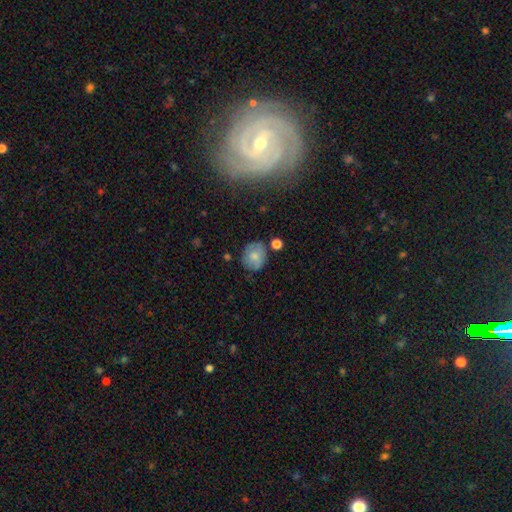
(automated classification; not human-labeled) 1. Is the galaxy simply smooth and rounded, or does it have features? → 70% smooth, 22% featured or disk, 9% star or artifact.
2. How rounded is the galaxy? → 73% round, 26% in between, 1% cigar-shaped.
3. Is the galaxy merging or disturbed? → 67% none, 21% minor disturbance, 6% merger, 5% major disturbance.